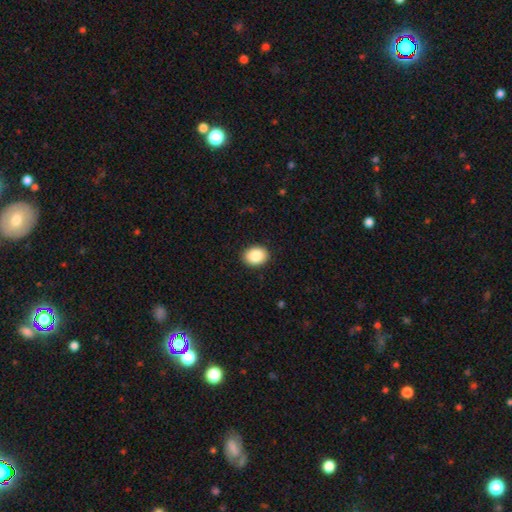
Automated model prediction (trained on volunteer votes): A smooth galaxy with no disk features (88%) that is in between round and cigar-shaped (55%). Merging: none (91%).